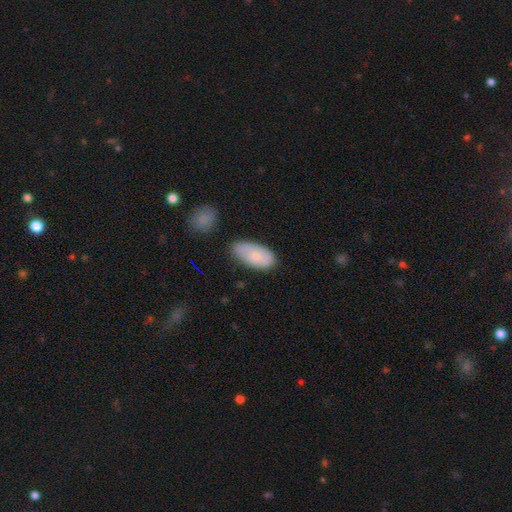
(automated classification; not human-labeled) Smooth or featured?
  - smooth: 76% *
  - featured or disk: 17%
  - star or artifact: 6%
How rounded?
  - in between: 93% *
  - cigar-shaped: 5%
  - round: 3%
Merging?
  - none: 66% *
  - minor disturbance: 24%
  - major disturbance: 5%
  - merger: 5%